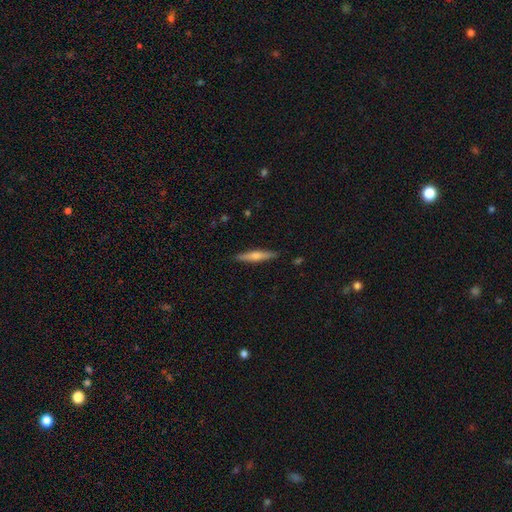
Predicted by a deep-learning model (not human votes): A featured or disk galaxy (57%) viewed edge-on (97%) with a rounded central bulge (82%).

Vote fractions:
- Smooth or featured? featured or disk: 57% / smooth: 37% / star or artifact: 6%
- Edge-on disk? yes: 97% / no: 3%
- Edge-on bulge? rounded: 82% / none: 10% / boxy: 7%
- Merging? none: 91% / minor disturbance: 7% / major disturbance: 1% / merger: 1%